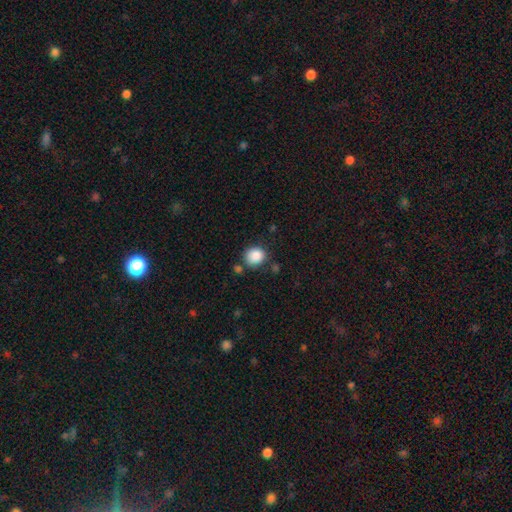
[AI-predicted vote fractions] Smooth or featured?
  - smooth: 87% *
  - star or artifact: 9%
  - featured or disk: 4%
How rounded?
  - round: 82% *
  - in between: 17%
  - cigar-shaped: 1%
Merging?
  - none: 75% *
  - minor disturbance: 14%
  - merger: 7%
  - major disturbance: 4%